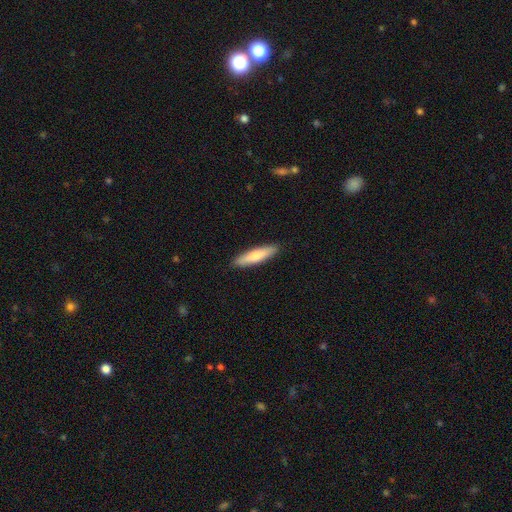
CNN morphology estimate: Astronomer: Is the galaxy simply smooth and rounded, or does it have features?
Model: smooth — 77%.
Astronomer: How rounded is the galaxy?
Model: cigar-shaped — 79%.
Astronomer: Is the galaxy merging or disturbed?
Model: none — 91%.